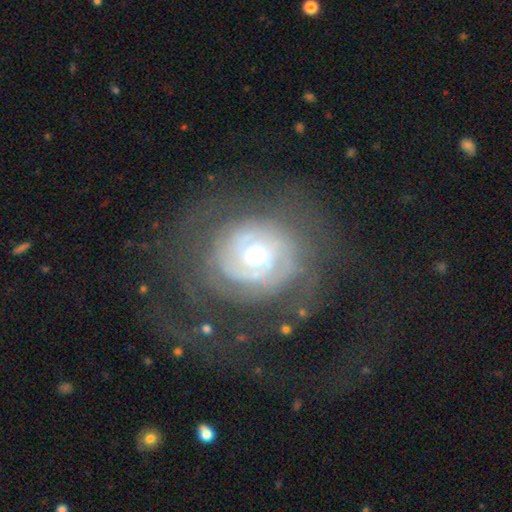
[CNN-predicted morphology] Overall: featured or disk (82%). Edge-on disk: no (97%). Bar: no (71%). Spiral arms: yes (87%). Spiral arm count: can't tell (42%; 2 23%). Spiral winding: tight (71%). Bulge size: moderate (65%; small 25%). Merging: none (60%; major disturbance 23%).